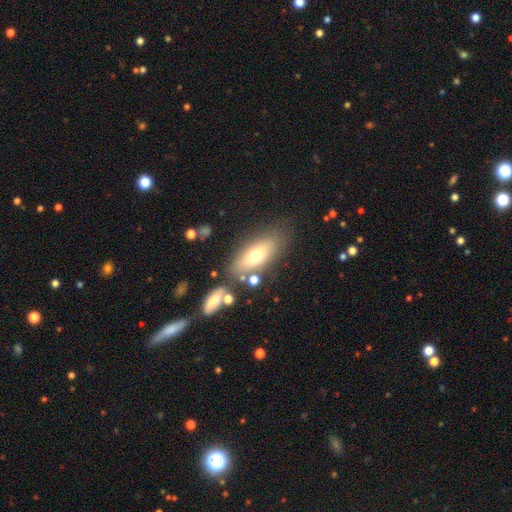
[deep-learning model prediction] Smooth or featured: smooth — 65% (featured or disk — 25%)
How rounded: in between — 75% (cigar-shaped — 21%)
Merging: none — 71% (minor disturbance — 14%)